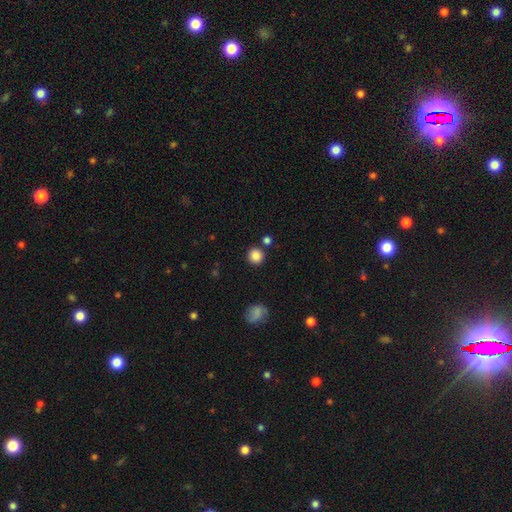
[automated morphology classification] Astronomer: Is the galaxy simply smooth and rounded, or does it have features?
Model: smooth — 86%.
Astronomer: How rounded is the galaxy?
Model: round — 93%.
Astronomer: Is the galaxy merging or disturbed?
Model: none — 85%.